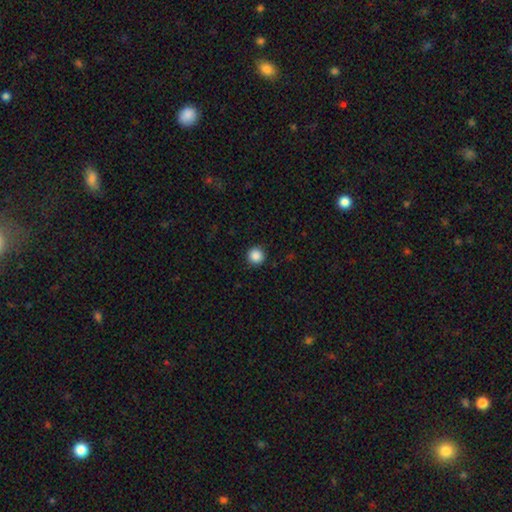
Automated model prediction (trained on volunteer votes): Smooth or featured?
  - smooth: 88% *
  - star or artifact: 10%
  - featured or disk: 2%
How rounded?
  - round: 95% *
  - in between: 4%
  - cigar-shaped: 1%
Merging?
  - none: 92% *
  - minor disturbance: 5%
  - major disturbance: 2%
  - merger: 1%